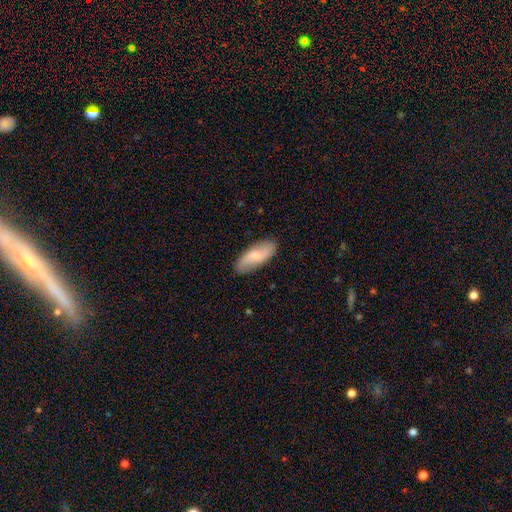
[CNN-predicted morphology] type=smooth (66%); roundness=in between (78%); merging=none (85%).